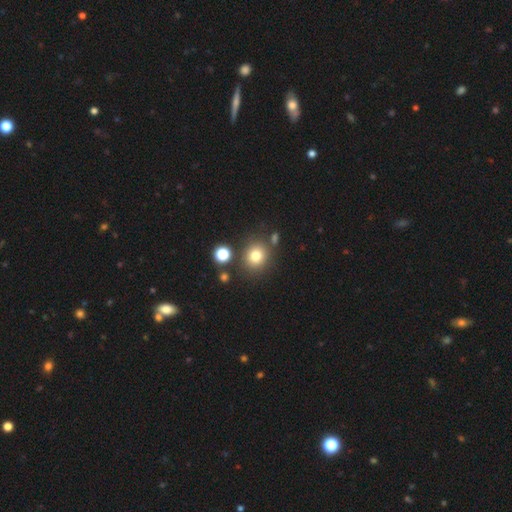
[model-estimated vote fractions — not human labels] This appears to be a smooth galaxy with no disk features (78%) that is round (82%). Merging: none (79%).